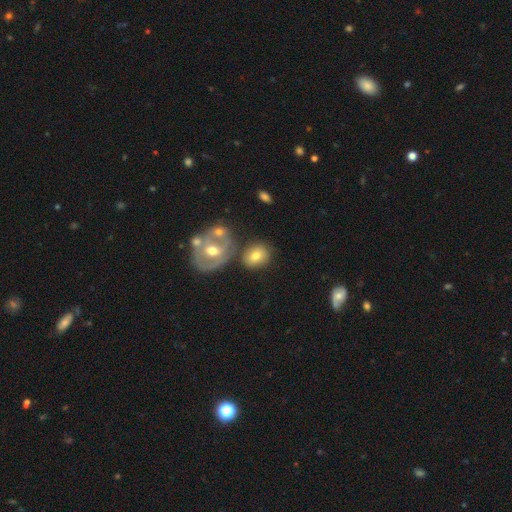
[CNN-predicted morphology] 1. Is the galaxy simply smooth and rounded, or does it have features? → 67% smooth, 24% featured or disk, 9% star or artifact.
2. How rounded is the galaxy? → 50% in between, 49% round, 1% cigar-shaped.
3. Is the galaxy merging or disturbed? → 62% none, 18% merger, 14% minor disturbance, 5% major disturbance.